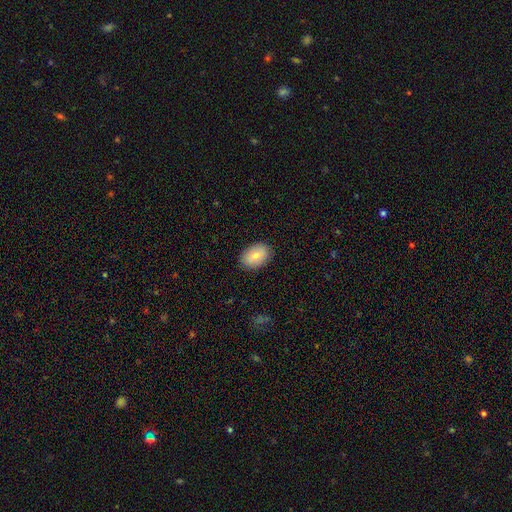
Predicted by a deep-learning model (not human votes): Morphology: type=smooth (78%); roundness=in between (86%); merging=none (89%).